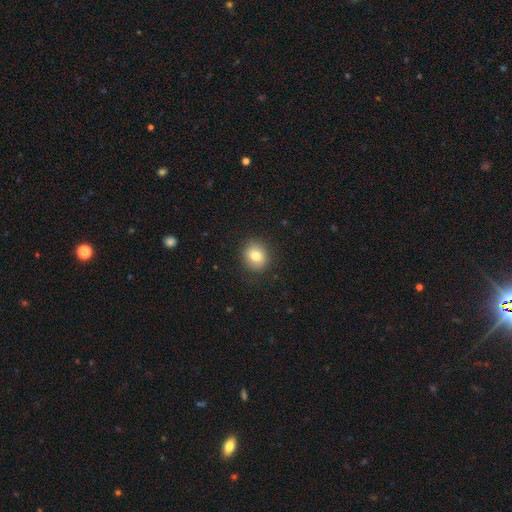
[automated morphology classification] Q: Smooth or featured?
A: smooth (79%); runner-up: featured or disk (11%)
Q: How rounded?
A: round (76%); runner-up: in between (23%)
Q: Merging?
A: none (88%); runner-up: minor disturbance (8%)